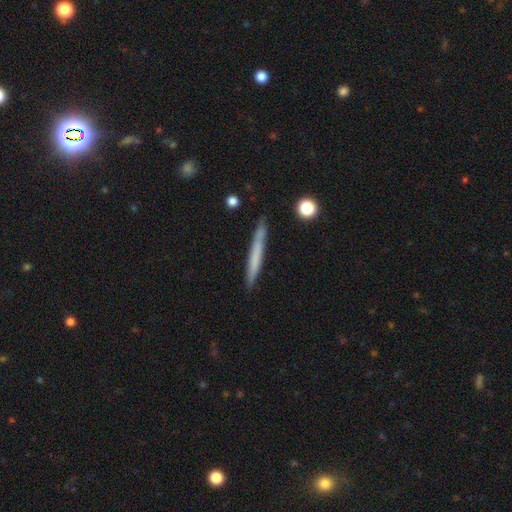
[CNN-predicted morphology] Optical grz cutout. It shows a smooth galaxy with no disk features (60%) that is cigar-shaped (96%). Merging: none (86%).